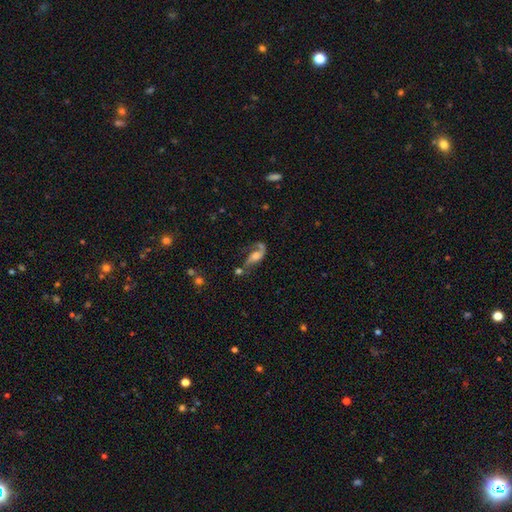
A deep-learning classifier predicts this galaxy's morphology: The model was most divided on "bulge size": moderate: 39%, large: 26%, small: 20%, none: 11%, dominant: 4%. Remaining: edge-on disk — no (91%); spiral arms — yes (87%); spiral arm count — 2 (70%); smooth or featured — featured or disk (69%); spiral winding — loose (64%); bar — no (61%); merging — none (39%).